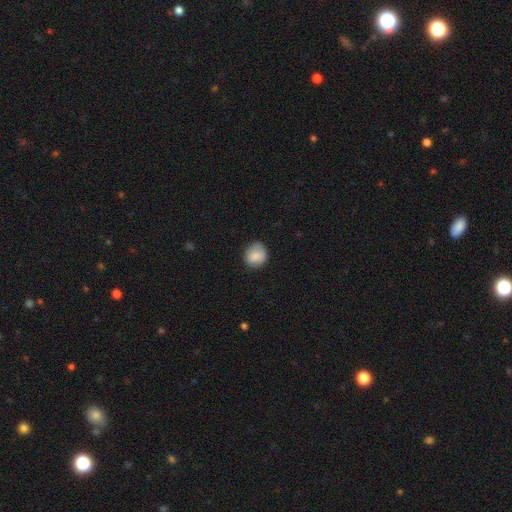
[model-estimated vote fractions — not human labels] Smooth or featured?
  - smooth: 86% *
  - star or artifact: 8%
  - featured or disk: 6%
How rounded?
  - round: 81% *
  - in between: 18%
  - cigar-shaped: 1%
Merging?
  - none: 77% *
  - minor disturbance: 18%
  - major disturbance: 4%
  - merger: 1%